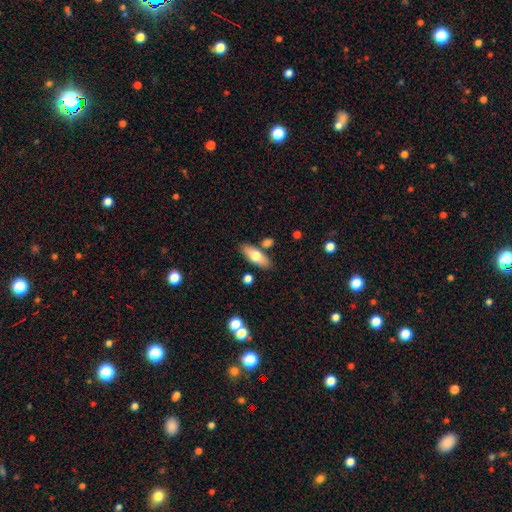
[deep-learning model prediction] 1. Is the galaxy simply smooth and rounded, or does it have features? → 67% smooth, 26% featured or disk, 7% star or artifact.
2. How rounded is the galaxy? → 71% in between, 26% cigar-shaped, 3% round.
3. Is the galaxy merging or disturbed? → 80% none, 10% minor disturbance, 7% merger, 2% major disturbance.